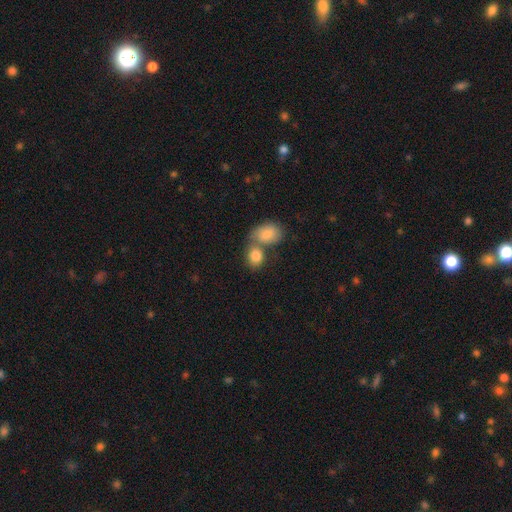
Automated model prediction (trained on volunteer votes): Smooth or featured? Predicted: smooth (p=0.84). How rounded? Predicted: in between (p=0.58). Merging? Predicted: merger (p=0.55).